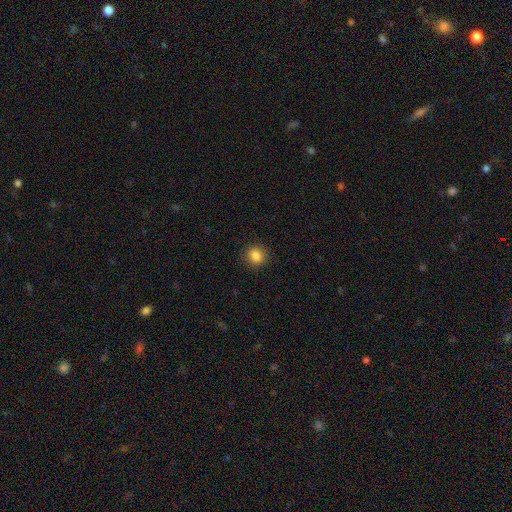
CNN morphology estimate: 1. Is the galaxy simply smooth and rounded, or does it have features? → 85% smooth, 11% star or artifact, 5% featured or disk.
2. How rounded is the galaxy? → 87% round, 12% in between, 1% cigar-shaped.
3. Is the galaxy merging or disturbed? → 90% none, 6% minor disturbance, 2% major disturbance, 1% merger.